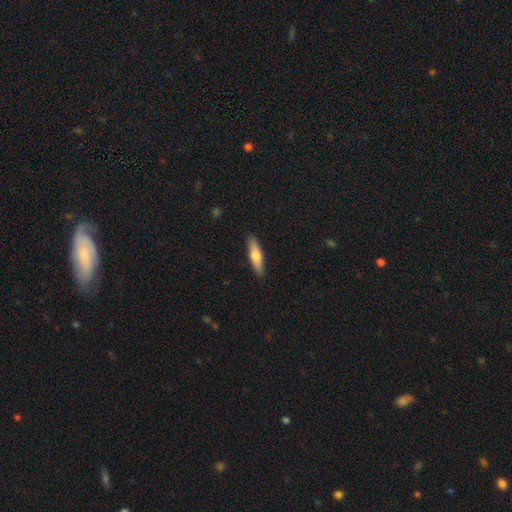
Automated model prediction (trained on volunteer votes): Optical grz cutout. It shows a smooth galaxy with no disk features (64%) that is cigar-shaped (73%). Merging: none (90%).